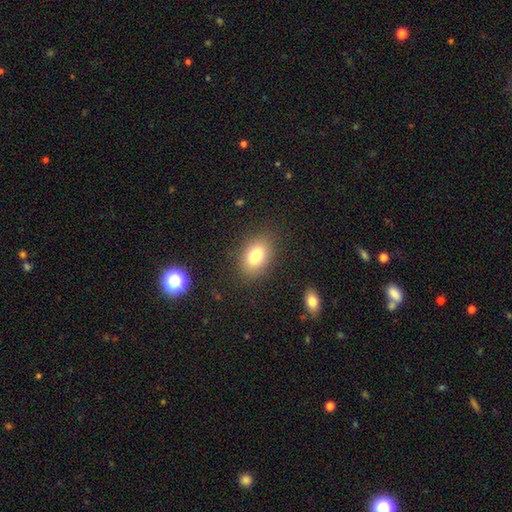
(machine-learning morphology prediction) A smooth galaxy with no disk features (80%) that is in between round and cigar-shaped (83%).

Vote fractions:
- Smooth or featured? smooth: 80% / star or artifact: 10% / featured or disk: 10%
- How rounded? in between: 83% / round: 15% / cigar-shaped: 2%
- Merging? none: 84% / minor disturbance: 11% / major disturbance: 4% / merger: 1%